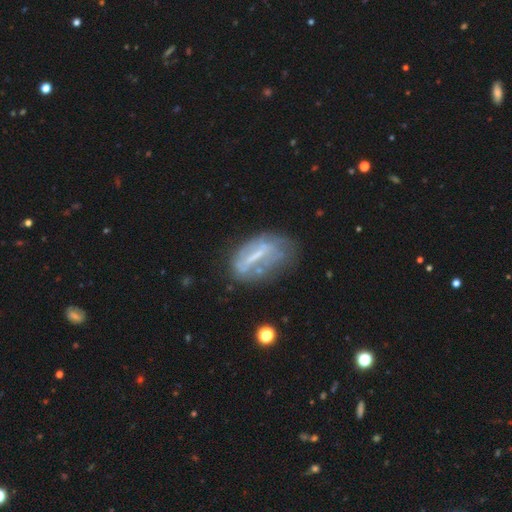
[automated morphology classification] This appears to be a featured or disk galaxy (62%) with a strong bar (54%), no spiral arms (66%) and no central bulge (42%). Merging: none (44%).